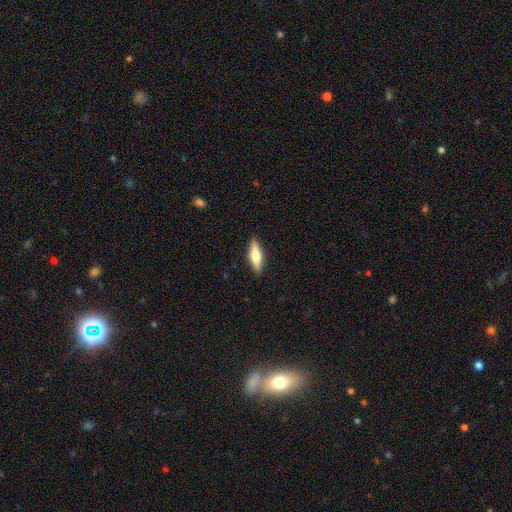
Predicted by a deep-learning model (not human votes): smooth-or-featured: smooth: 52% | featured or disk: 42% | star or artifact: 6%
  how-rounded: cigar-shaped: 57% | in between: 41% | round: 2%
  merging: none: 89% | minor disturbance: 8% | major disturbance: 2% | merger: 1%